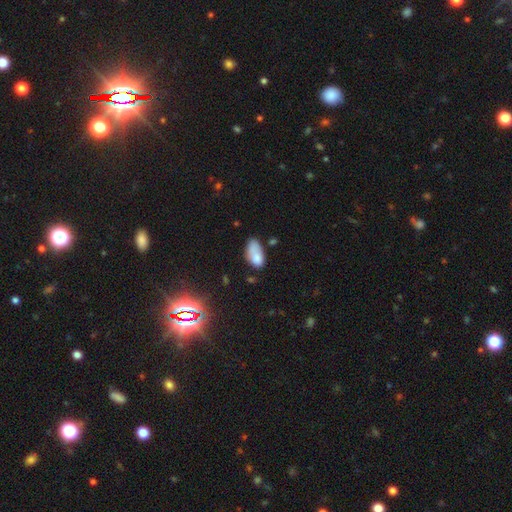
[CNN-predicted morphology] A smooth galaxy with no disk features (77%) that is in between round and cigar-shaped (92%).

Vote fractions:
- Smooth or featured? smooth: 77% / featured or disk: 13% / star or artifact: 9%
- How rounded? in between: 92% / round: 4% / cigar-shaped: 4%
- Merging? none: 43% / minor disturbance: 32% / major disturbance: 14% / merger: 12%